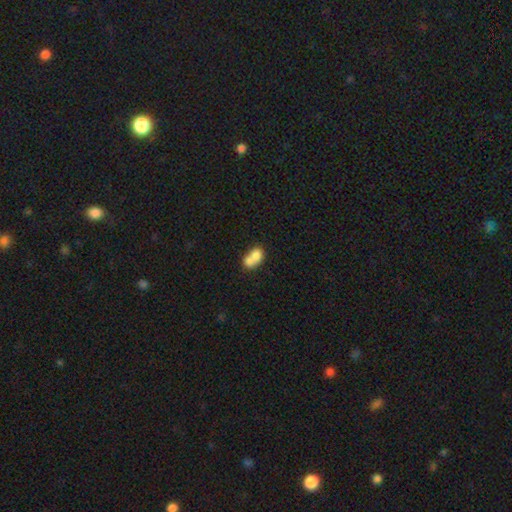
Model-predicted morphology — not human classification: Smooth or featured? Predicted: smooth (p=0.72). How rounded? Predicted: in between (p=0.55). Merging? Predicted: merger (p=0.71).